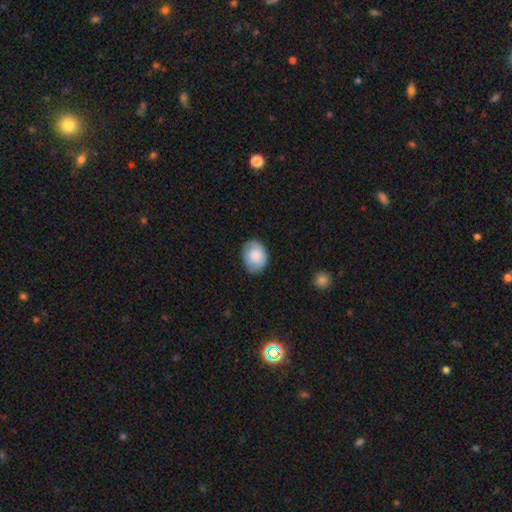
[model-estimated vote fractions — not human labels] smooth 80%, featured or disk 13%, star or artifact 7%. Down the decision tree: how rounded — in between (60%); merging — none (76%).